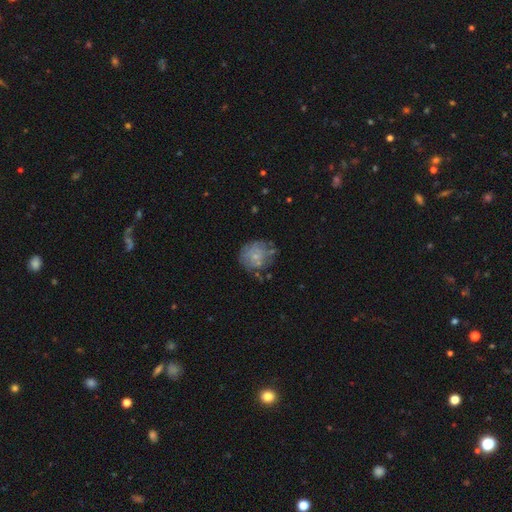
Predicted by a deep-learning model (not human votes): This is possibly a smooth galaxy (47%). Merging: possibly none (53%).